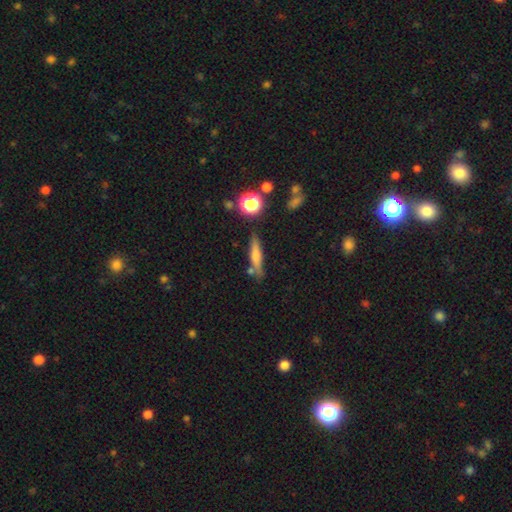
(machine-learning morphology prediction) smooth-or-featured: smooth: 53% | featured or disk: 34% | star or artifact: 12%
  how-rounded: cigar-shaped: 79% | in between: 17% | round: 4%
  merging: none: 73% | minor disturbance: 15% | merger: 8% | major disturbance: 4%